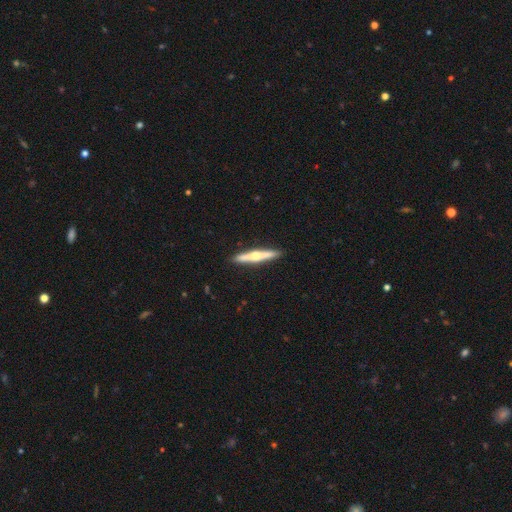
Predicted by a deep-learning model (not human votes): featured or disk 64%, smooth 31%, star or artifact 5%. Down the decision tree: edge-on disk — yes (98%); edge-on bulge — rounded (90%); merging — none (92%).